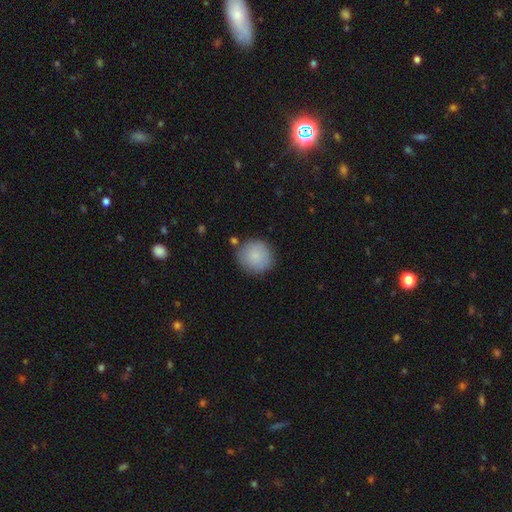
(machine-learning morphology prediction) A smooth galaxy with no disk features (86%) that is round (90%).

Vote fractions:
- Smooth or featured? smooth: 86% / featured or disk: 8% / star or artifact: 6%
- How rounded? round: 90% / in between: 9% / cigar-shaped: 1%
- Merging? none: 79% / minor disturbance: 14% / merger: 4% / major disturbance: 3%